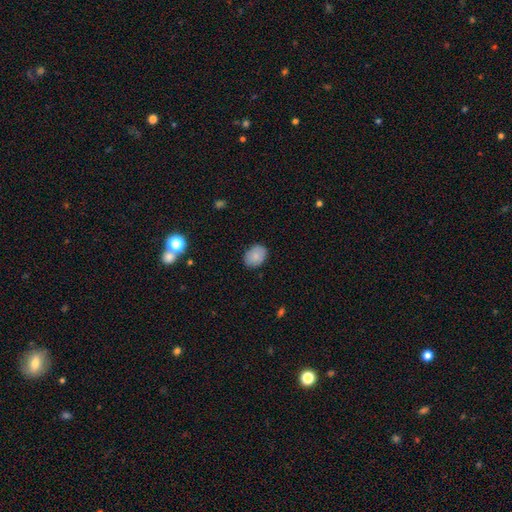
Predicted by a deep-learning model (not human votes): smooth-or-featured: smooth: 83% | featured or disk: 9% | star or artifact: 8%
  how-rounded: in between: 66% | round: 33% | cigar-shaped: 1%
  merging: none: 86% | minor disturbance: 11% | major disturbance: 2% | merger: 1%